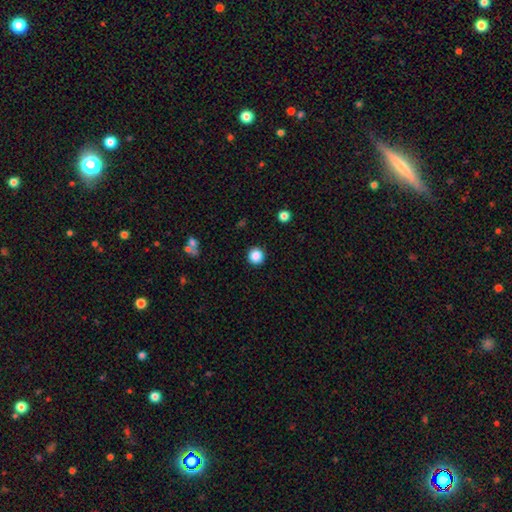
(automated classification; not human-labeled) smooth-or-featured: smooth: 86% | star or artifact: 11% | featured or disk: 3%
  how-rounded: round: 95% | in between: 4% | cigar-shaped: 1%
  merging: none: 91% | minor disturbance: 5% | major disturbance: 2% | merger: 1%